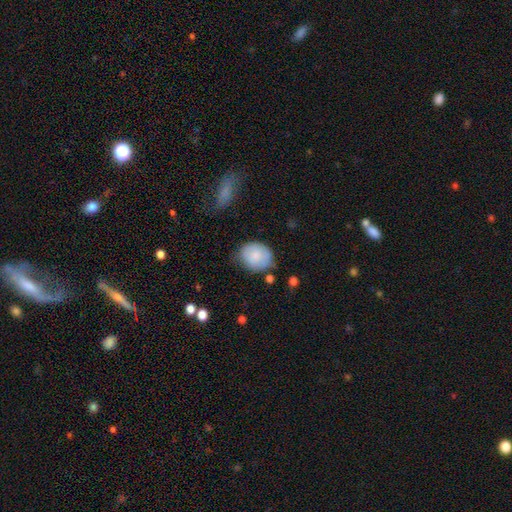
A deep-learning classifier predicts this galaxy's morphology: A smooth galaxy with no disk features (80%) that is round (57%).

Vote fractions:
- Smooth or featured? smooth: 80% / featured or disk: 13% / star or artifact: 7%
- How rounded? round: 57% / in between: 42% / cigar-shaped: 1%
- Merging? none: 62% / minor disturbance: 28% / major disturbance: 6% / merger: 4%